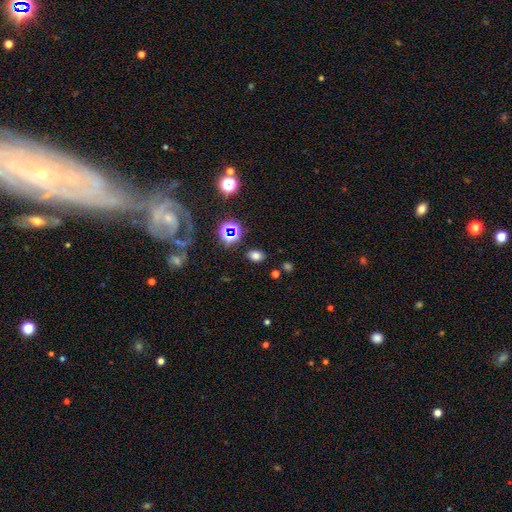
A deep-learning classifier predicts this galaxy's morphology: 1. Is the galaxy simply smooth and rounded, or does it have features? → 71% smooth, 21% star or artifact, 8% featured or disk.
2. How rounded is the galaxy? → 75% in between, 24% round, 1% cigar-shaped.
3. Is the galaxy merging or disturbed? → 86% none, 9% minor disturbance, 3% major disturbance, 2% merger.